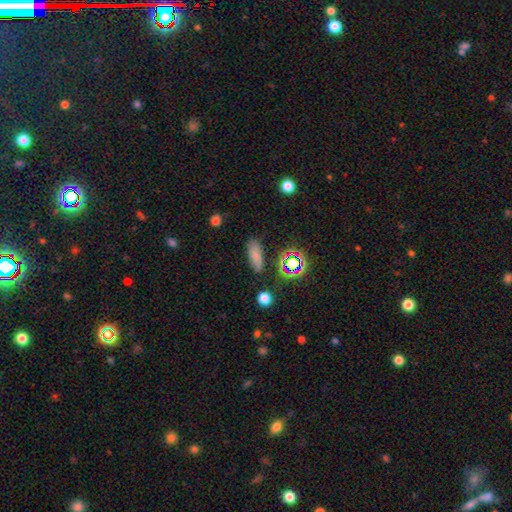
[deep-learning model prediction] Smooth or featured? Predicted: smooth (p=0.73). How rounded? Predicted: in between (p=0.67). Merging? Predicted: none (p=0.79).